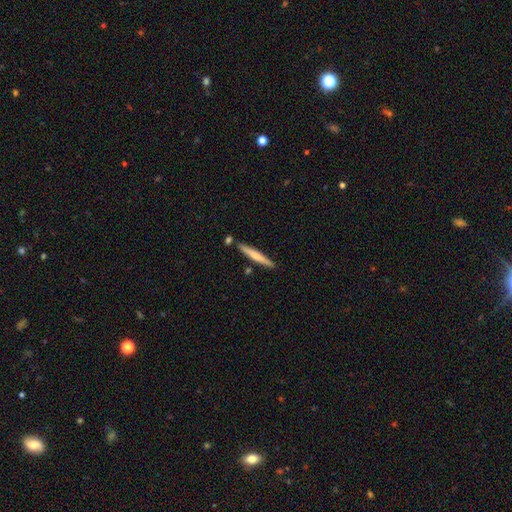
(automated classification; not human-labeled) A smooth galaxy with no disk features (59%) that is cigar-shaped (95%).

Vote fractions:
- Smooth or featured? smooth: 59% / featured or disk: 37% / star or artifact: 5%
- How rounded? cigar-shaped: 95% / in between: 4% / round: 1%
- Merging? none: 84% / minor disturbance: 10% / merger: 5% / major disturbance: 2%